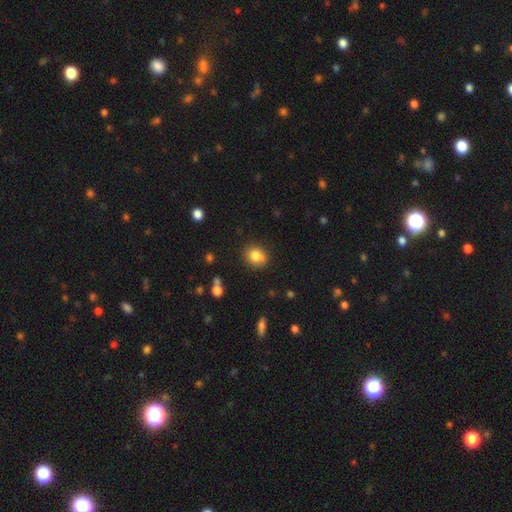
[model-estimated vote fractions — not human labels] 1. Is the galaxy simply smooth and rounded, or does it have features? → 81% smooth, 11% star or artifact, 8% featured or disk.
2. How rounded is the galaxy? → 72% round, 27% in between, 1% cigar-shaped.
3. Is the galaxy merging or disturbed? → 74% none, 15% minor disturbance, 7% merger, 4% major disturbance.